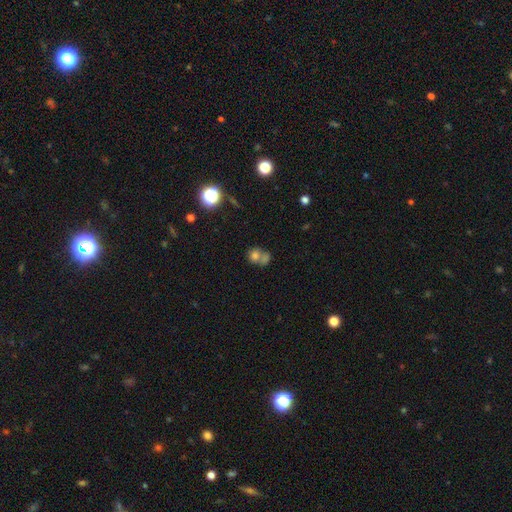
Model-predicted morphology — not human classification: The model was most divided on "merging": merger: 53%, none: 32%, minor disturbance: 8%, major disturbance: 6%. More confident: how rounded — round (70%); smooth or featured — smooth (66%).